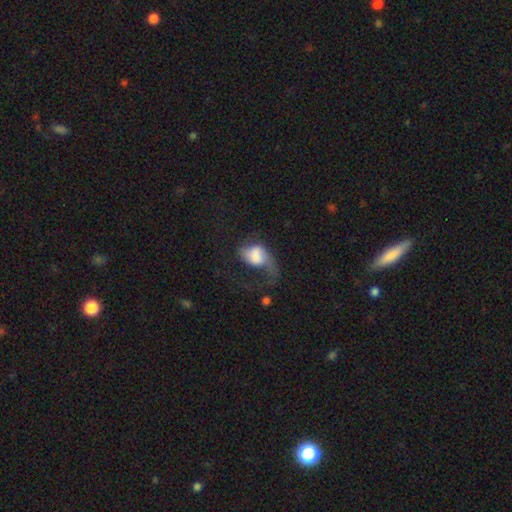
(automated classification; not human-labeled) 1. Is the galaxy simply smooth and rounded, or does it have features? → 53% smooth, 39% featured or disk, 8% star or artifact.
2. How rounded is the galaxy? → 78% in between, 20% round, 2% cigar-shaped.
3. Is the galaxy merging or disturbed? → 61% major disturbance, 19% none, 15% minor disturbance, 5% merger.